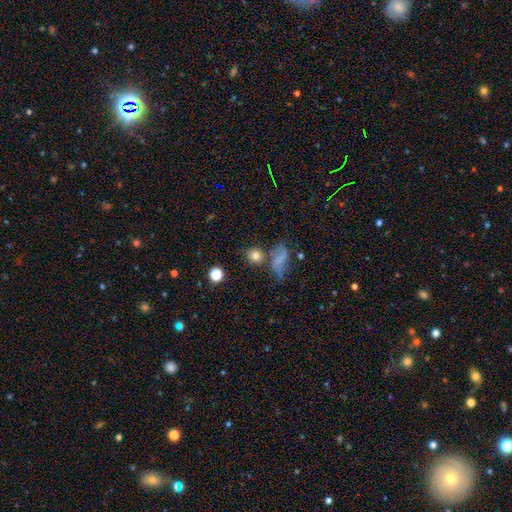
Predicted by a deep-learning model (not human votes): Smooth or featured: smooth — 76% (star or artifact — 13%)
How rounded: round — 78% (in between — 20%)
Merging: none — 63% (merger — 18%)